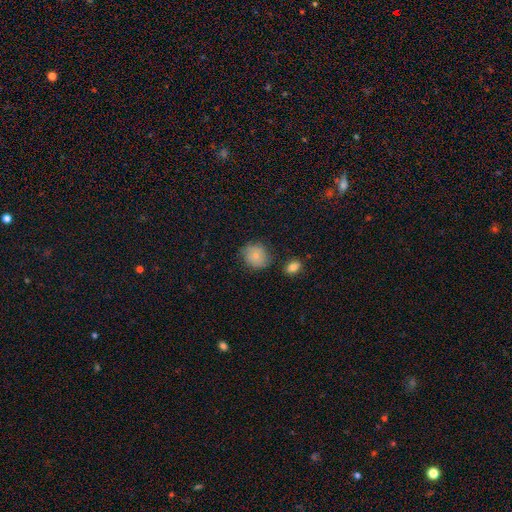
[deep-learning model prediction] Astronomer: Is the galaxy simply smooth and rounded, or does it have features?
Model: smooth — 76%.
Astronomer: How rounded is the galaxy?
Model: round — 76%.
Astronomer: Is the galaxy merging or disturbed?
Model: none — 69%.